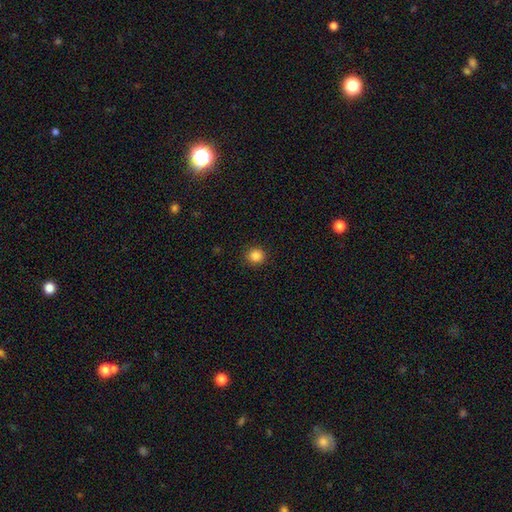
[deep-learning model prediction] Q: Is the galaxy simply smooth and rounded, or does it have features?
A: smooth — 86%.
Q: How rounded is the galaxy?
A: round — 92%.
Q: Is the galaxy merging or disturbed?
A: none — 91%.